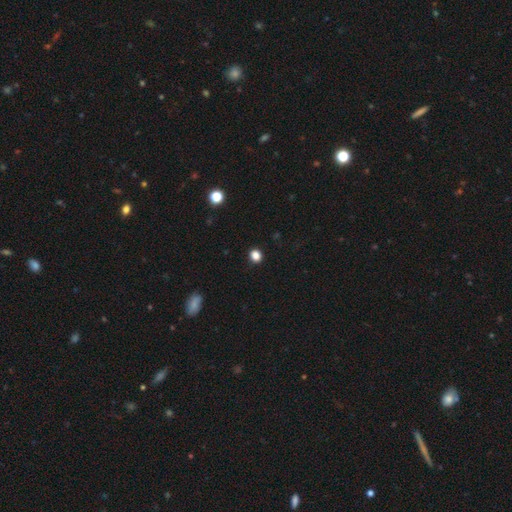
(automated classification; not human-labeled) A smooth galaxy with no disk features (84%) that is round (81%).

Vote fractions:
- Smooth or featured? smooth: 84% / star or artifact: 13% / featured or disk: 3%
- How rounded? round: 81% / in between: 18% / cigar-shaped: 1%
- Merging? none: 92% / minor disturbance: 6% / major disturbance: 2% / merger: 1%